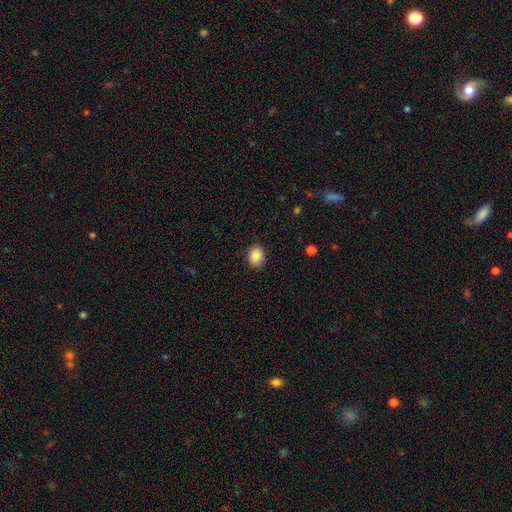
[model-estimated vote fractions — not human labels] A smooth galaxy with no disk features (86%) that is in between round and cigar-shaped (56%). Merging: none (89%).